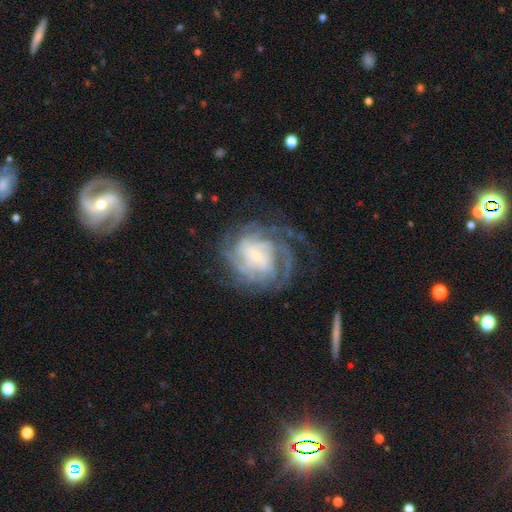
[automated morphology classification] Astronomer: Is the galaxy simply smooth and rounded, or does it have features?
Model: featured or disk — 81%.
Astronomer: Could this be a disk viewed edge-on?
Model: no — 97%.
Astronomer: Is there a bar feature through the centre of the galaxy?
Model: no — 50% (runner-up: weak, 40%).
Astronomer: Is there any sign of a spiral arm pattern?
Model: yes — 92%.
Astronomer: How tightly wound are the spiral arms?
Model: tight — 56% (runner-up: medium, 32%).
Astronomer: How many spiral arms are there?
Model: can't tell — 39% (runner-up: 4, 19%).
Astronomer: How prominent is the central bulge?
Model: small — 61%.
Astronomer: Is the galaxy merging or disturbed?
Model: none — 63%.